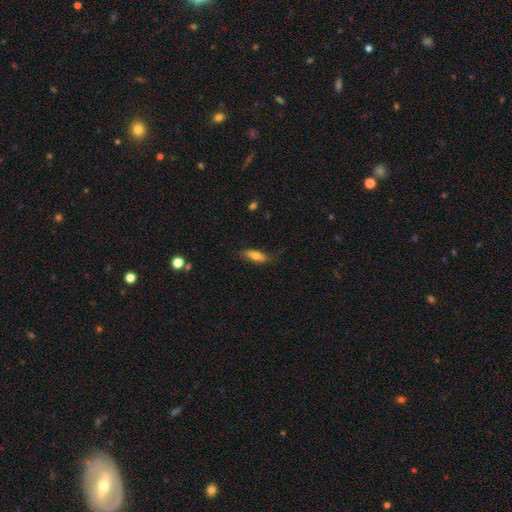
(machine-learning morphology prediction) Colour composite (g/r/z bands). It shows a smooth galaxy with no disk features (74%) that is in between round and cigar-shaped (63%). Merging: none (78%).